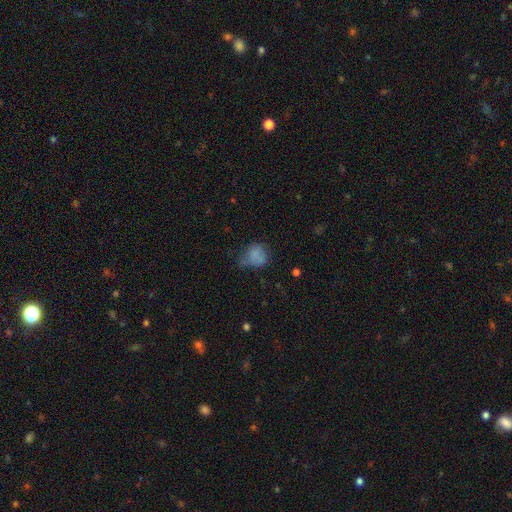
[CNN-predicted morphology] A smooth galaxy with no disk features (73%) that is round (53%). Merging: none (38%).